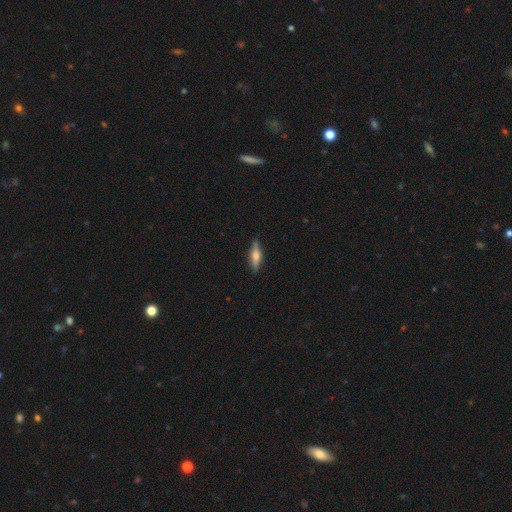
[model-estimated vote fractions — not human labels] Smooth or featured?
  - featured or disk: 54% *
  - smooth: 39%
  - star or artifact: 6%
Edge-on disk?
  - yes: 94% *
  - no: 6%
Edge-on bulge?
  - rounded: 87% *
  - boxy: 9%
  - none: 4%
Merging?
  - none: 86% *
  - minor disturbance: 11%
  - major disturbance: 2%
  - merger: 1%